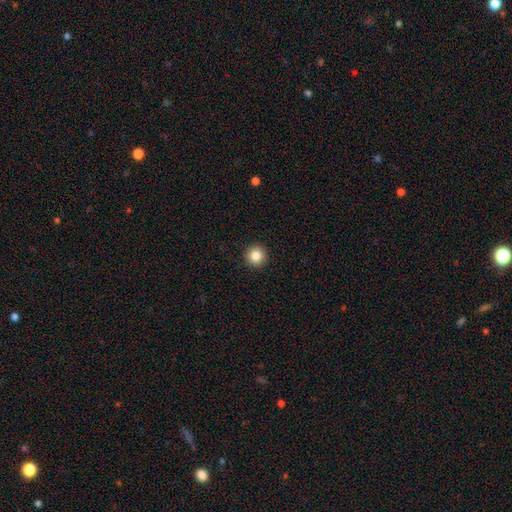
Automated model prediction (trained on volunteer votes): Smooth or featured? Predicted: smooth (p=0.84). How rounded? Predicted: round (p=0.95). Merging? Predicted: none (p=0.93).